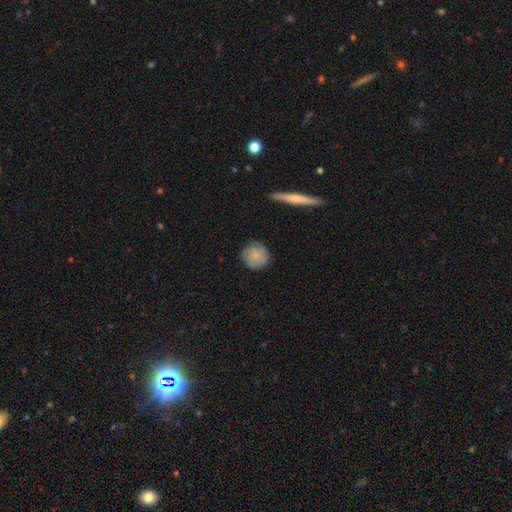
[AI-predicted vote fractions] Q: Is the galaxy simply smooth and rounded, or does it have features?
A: smooth — 55%.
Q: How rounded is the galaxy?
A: round — 89%.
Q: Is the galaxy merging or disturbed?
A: none — 77%.